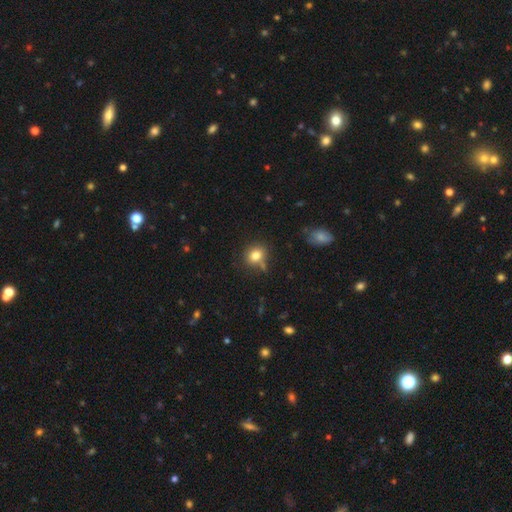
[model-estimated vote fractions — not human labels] smooth-or-featured: smooth: 80% | star or artifact: 11% | featured or disk: 8%
  how-rounded: round: 67% | in between: 32% | cigar-shaped: 1%
  merging: none: 73% | minor disturbance: 14% | merger: 9% | major disturbance: 4%